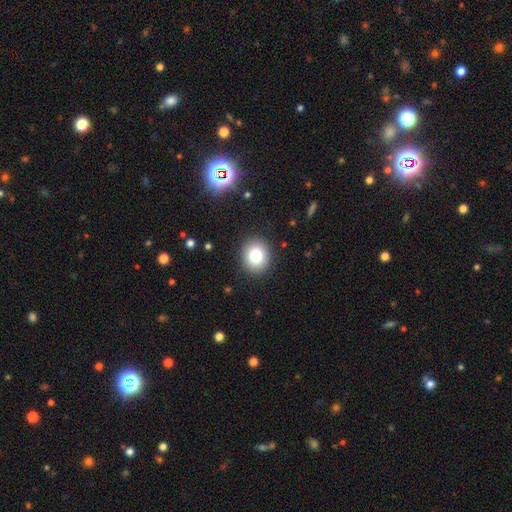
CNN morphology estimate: Overall: smooth (82%). How rounded: round (74%). Merging: none (89%).